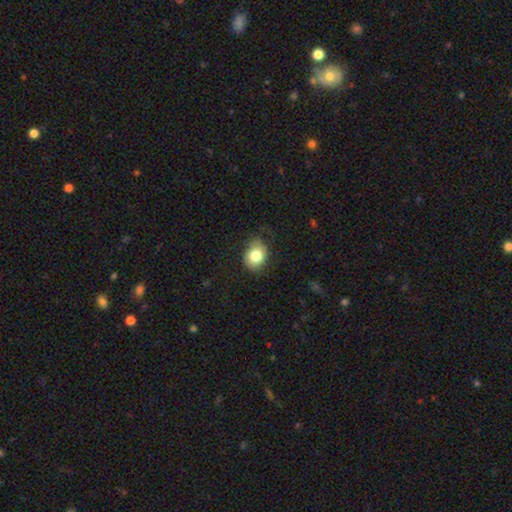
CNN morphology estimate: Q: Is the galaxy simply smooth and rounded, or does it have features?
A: smooth — 81%.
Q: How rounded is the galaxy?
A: round — 51%.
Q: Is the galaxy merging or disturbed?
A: none — 72%.